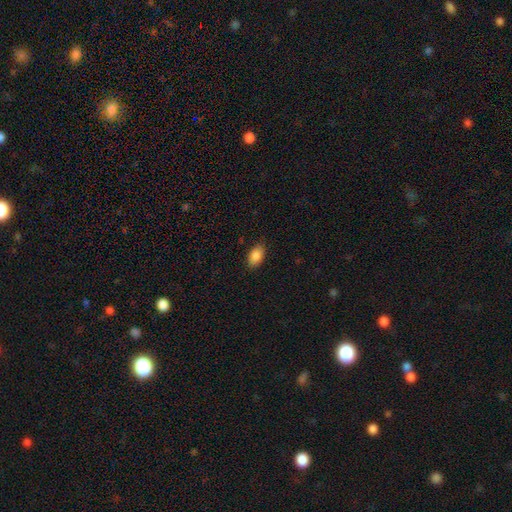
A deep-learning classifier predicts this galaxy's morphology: This is clearly a smooth galaxy (88%). How rounded: clearly in between (92%). Merging: clearly none (86%).